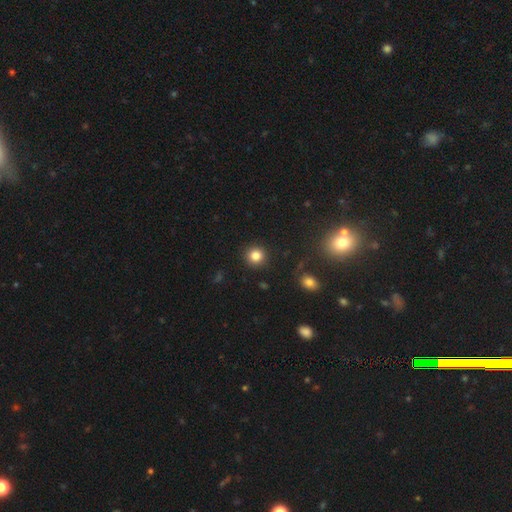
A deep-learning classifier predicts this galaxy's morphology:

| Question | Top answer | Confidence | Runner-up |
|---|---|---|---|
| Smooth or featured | smooth | 83% | star or artifact (12%) |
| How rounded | round | 93% | in between (6%) |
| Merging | none | 91% | minor disturbance (5%) |